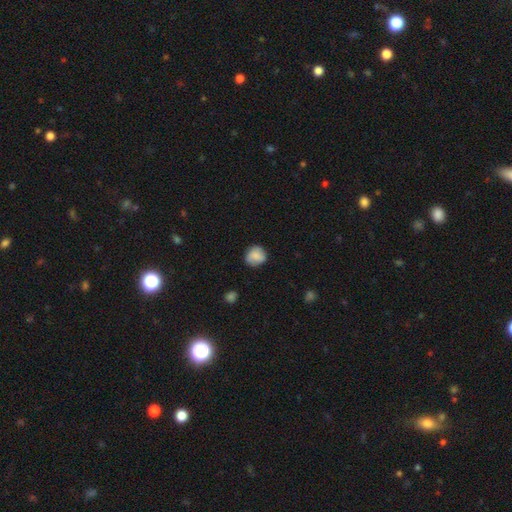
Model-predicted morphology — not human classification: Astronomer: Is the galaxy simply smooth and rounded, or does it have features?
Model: smooth — 81%.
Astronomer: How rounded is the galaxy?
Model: round — 86%.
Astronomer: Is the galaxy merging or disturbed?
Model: none — 78%.